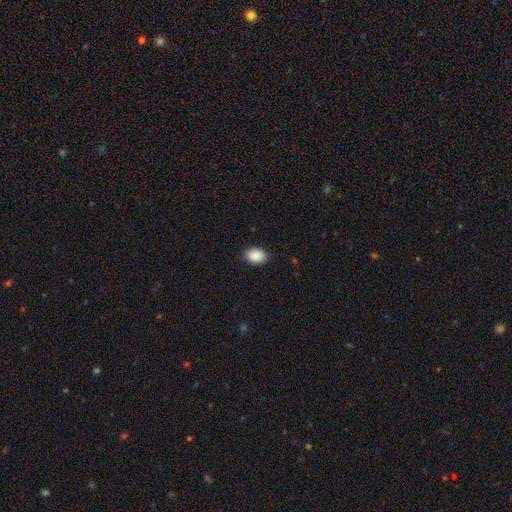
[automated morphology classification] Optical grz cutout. It shows a smooth galaxy with no disk features (90%) that is in between round and cigar-shaped (73%). Merging: none (88%).